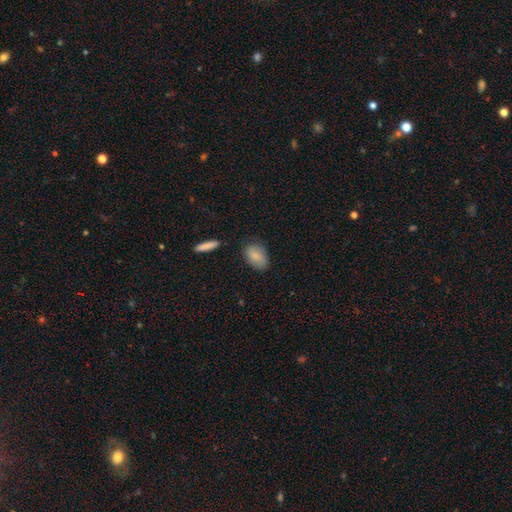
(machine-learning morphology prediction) The model was most divided on "merging": none: 72%, minor disturbance: 20%, major disturbance: 5%, merger: 3%. More confident: how rounded — in between (89%); smooth or featured — smooth (83%).